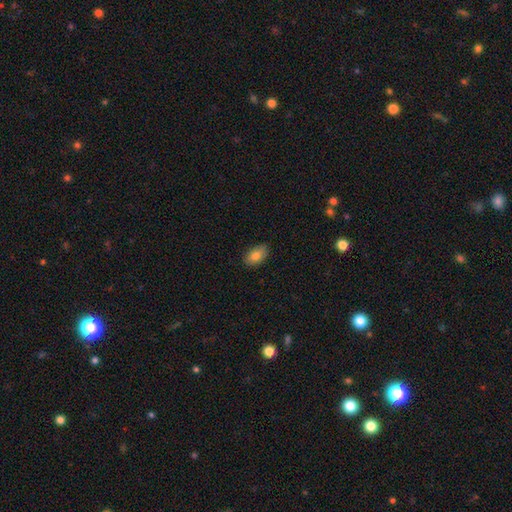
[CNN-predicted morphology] Q: Smooth or featured?
A: smooth (81%); runner-up: featured or disk (12%)
Q: How rounded?
A: in between (91%); runner-up: round (7%)
Q: Merging?
A: none (86%); runner-up: minor disturbance (11%)